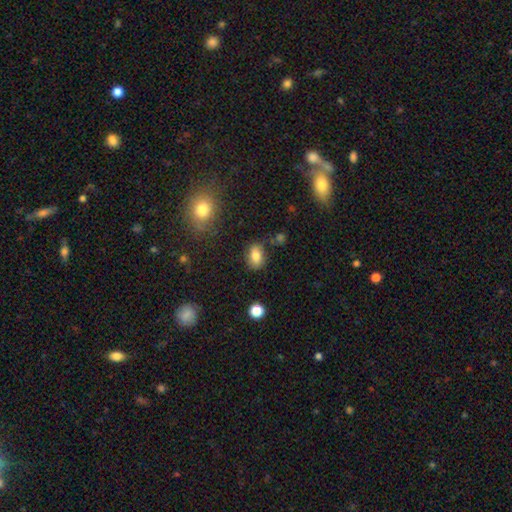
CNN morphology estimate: Q: Smooth or featured?
A: smooth (80%); runner-up: star or artifact (10%)
Q: How rounded?
A: in between (82%); runner-up: round (16%)
Q: Merging?
A: none (76%); runner-up: minor disturbance (17%)